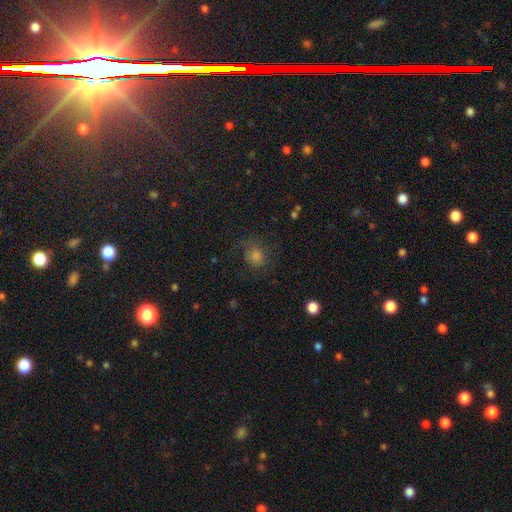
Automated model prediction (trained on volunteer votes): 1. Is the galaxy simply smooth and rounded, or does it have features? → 58% smooth, 24% star or artifact, 18% featured or disk.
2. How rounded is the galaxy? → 78% round, 21% in between, 1% cigar-shaped.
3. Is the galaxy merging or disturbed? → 66% none, 19% minor disturbance, 14% major disturbance, 1% merger.